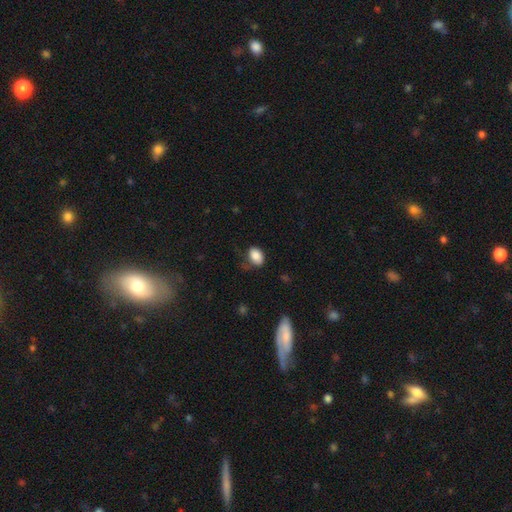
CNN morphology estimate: The model was most divided on "merging": none: 55%, minor disturbance: 29%, major disturbance: 14%, merger: 2%. More confident: smooth or featured — smooth (85%); how rounded — in between (83%).